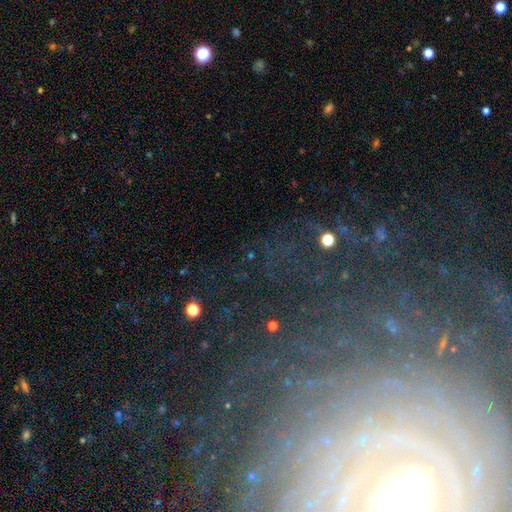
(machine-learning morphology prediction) This is likely a featured or disk galaxy (65%). It is clearly not viewed edge-on (90%). Bar: marginally no (43%). Spiral arm pattern: clearly yes (83%). Central bulge: possibly small (55%). Merging: likely none (72%).